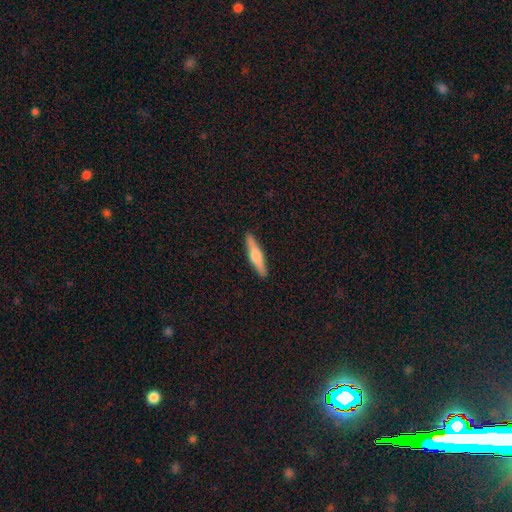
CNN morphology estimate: This appears to be a featured or disk galaxy (50%). Merging: none (91%).